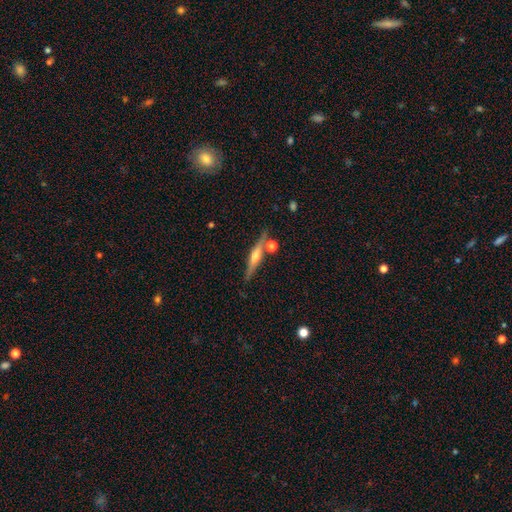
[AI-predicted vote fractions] This is likely a featured or disk galaxy (70%). It is clearly viewed edge-on (97%). Edge-on bulge: clearly rounded (84%). Merging: clearly none (81%).